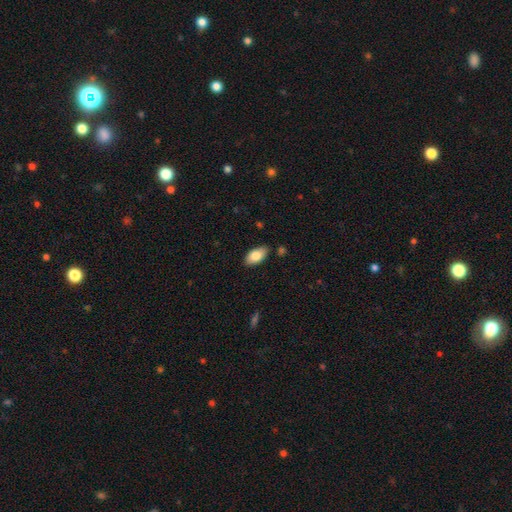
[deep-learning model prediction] This is clearly a smooth galaxy (82%). How rounded: clearly in between (94%). Merging: clearly none (85%).